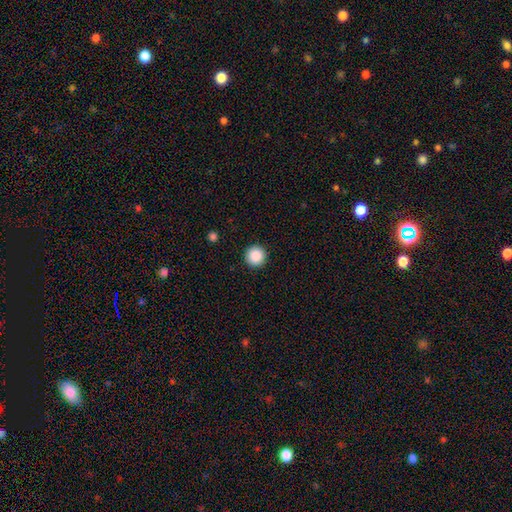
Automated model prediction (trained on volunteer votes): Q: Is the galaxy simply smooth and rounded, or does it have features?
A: smooth — 88%.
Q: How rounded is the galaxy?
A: round — 96%.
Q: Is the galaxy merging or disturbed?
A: none — 93%.